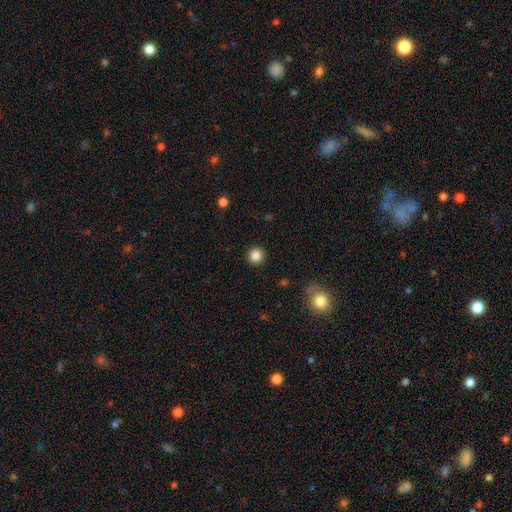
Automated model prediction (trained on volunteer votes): Overall: smooth (85%). How rounded: round (92%). Merging: none (92%).